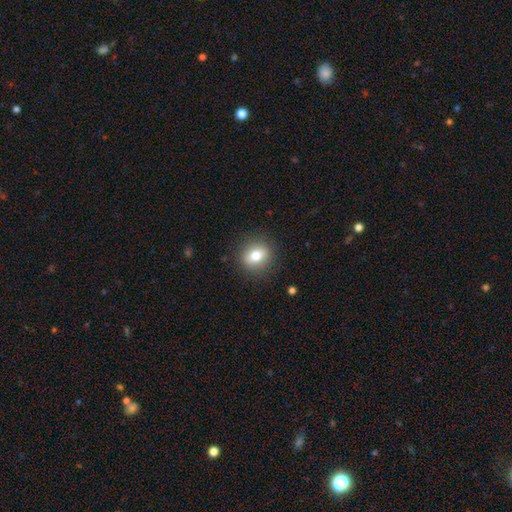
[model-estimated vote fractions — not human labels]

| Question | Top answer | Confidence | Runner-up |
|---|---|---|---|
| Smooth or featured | smooth | 75% | featured or disk (15%) |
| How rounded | round | 67% | in between (31%) |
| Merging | none | 88% | minor disturbance (8%) |